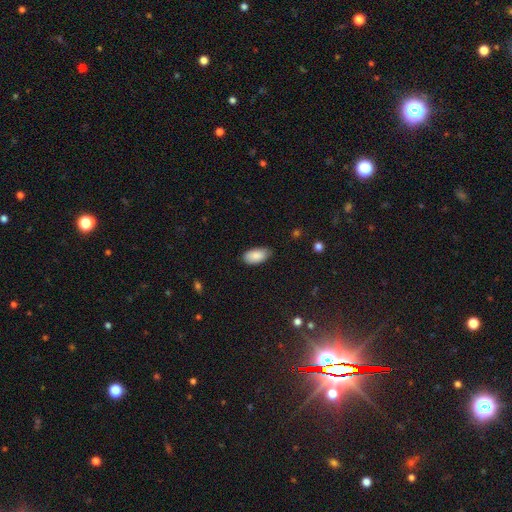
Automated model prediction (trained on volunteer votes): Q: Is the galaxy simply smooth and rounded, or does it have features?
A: smooth — 88%.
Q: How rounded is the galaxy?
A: in between — 95%.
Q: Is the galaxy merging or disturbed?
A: none — 78%.